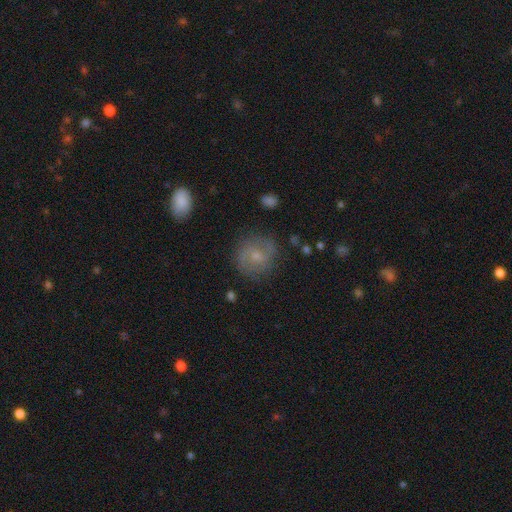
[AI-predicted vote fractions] This appears to be a smooth galaxy with no disk features (45%). Merging: none (76%).